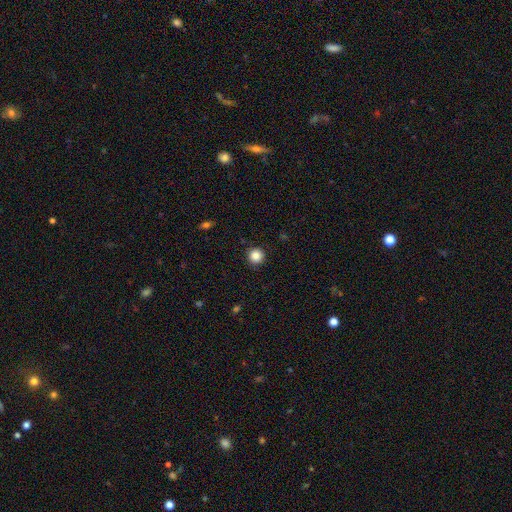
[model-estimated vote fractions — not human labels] smooth_or_featured: smooth (p=0.86) [alt: star or artifact p=0.10]
how_rounded: round (p=0.95) [alt: in between p=0.04]
merging: none (p=0.91) [alt: minor disturbance p=0.06]